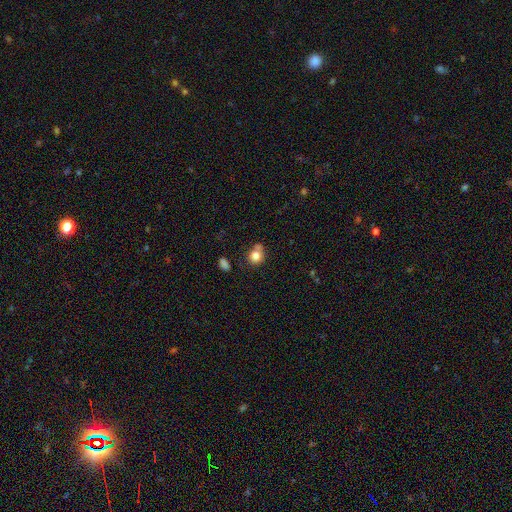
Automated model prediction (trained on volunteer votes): Smooth or featured?
  - smooth: 81% *
  - star or artifact: 11%
  - featured or disk: 9%
How rounded?
  - round: 77% *
  - in between: 22%
  - cigar-shaped: 1%
Merging?
  - none: 56% *
  - merger: 21%
  - minor disturbance: 17%
  - major disturbance: 6%